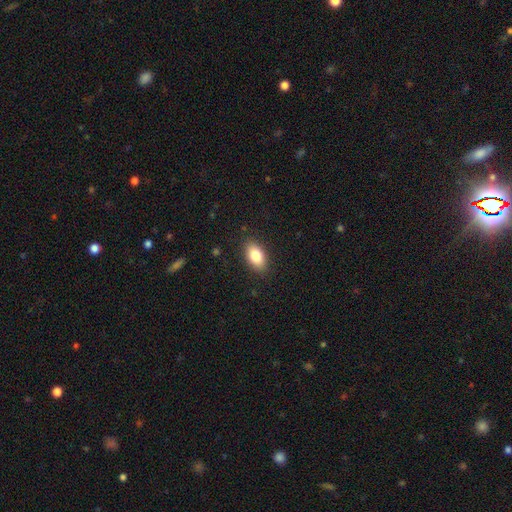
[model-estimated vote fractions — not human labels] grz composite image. It shows a smooth galaxy with no disk features (83%) that is in between round and cigar-shaped (91%). Merging: none (87%).